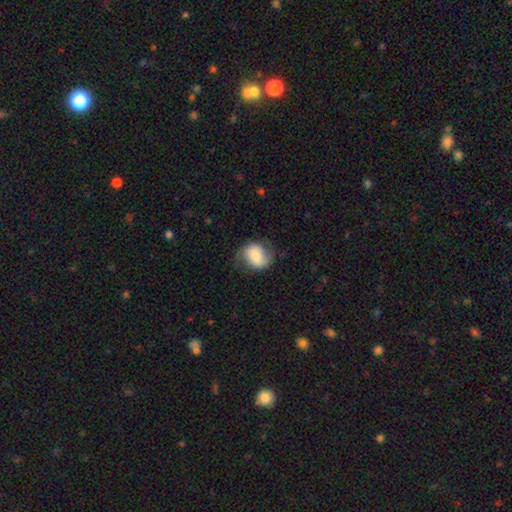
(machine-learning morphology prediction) Smooth or featured?
  - smooth: 55% *
  - featured or disk: 37%
  - star or artifact: 8%
How rounded?
  - in between: 52% *
  - round: 47%
  - cigar-shaped: 1%
Merging?
  - none: 62% *
  - minor disturbance: 25%
  - major disturbance: 11%
  - merger: 1%